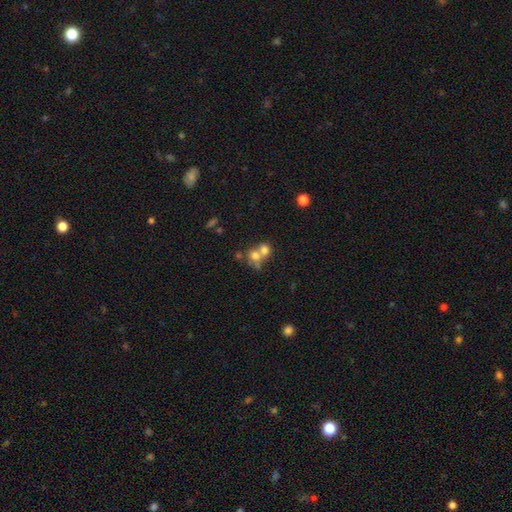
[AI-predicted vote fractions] smooth 66%, featured or disk 21%, star or artifact 12%. Down the decision tree: how rounded — round (73%); merging — merger (64%).